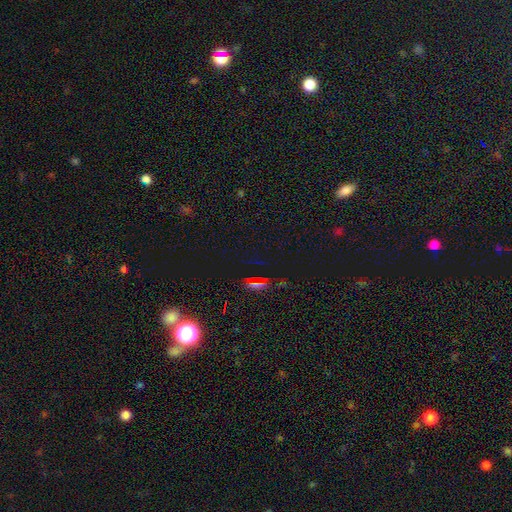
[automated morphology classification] Q: Smooth or featured?
A: star or artifact (67%); runner-up: smooth (23%)